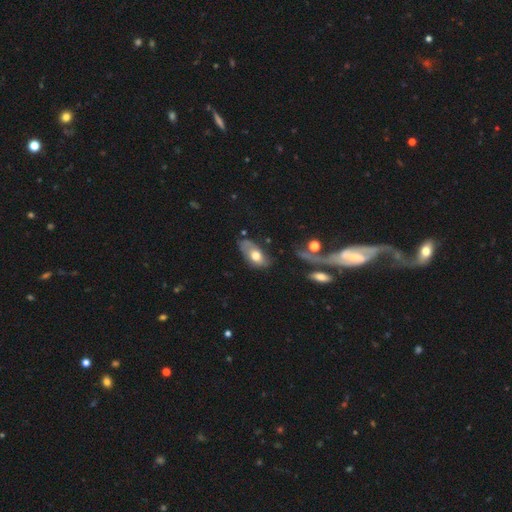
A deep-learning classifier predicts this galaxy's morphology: Smooth or featured: smooth — 61% (featured or disk — 32%)
How rounded: in between — 89% (round — 6%)
Merging: none — 50% (minor disturbance — 32%)